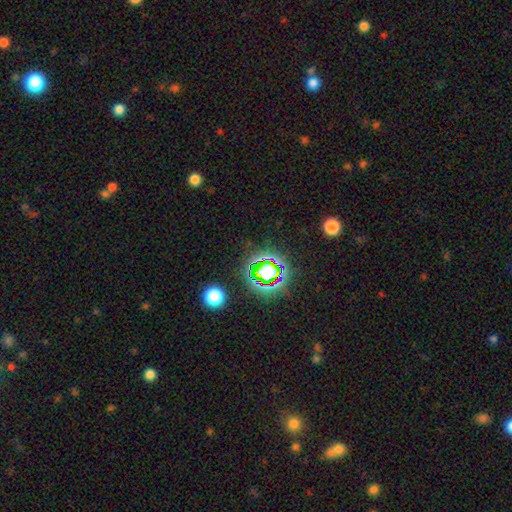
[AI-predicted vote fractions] smooth-or-featured: star or artifact: 75% | smooth: 17% | featured or disk: 8%